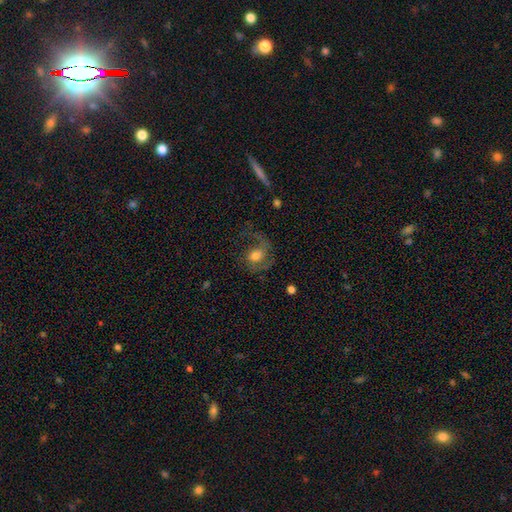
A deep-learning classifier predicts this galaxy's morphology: smooth_or_featured: featured or disk (p=0.65) [alt: smooth p=0.27]
disk_edge_on: no (p=0.97) [alt: yes p=0.03]
bar: no (p=0.61) [alt: weak p=0.32]
has_spiral_arms: yes (p=0.89) [alt: no p=0.11]
spiral_winding: medium (p=0.47) [alt: loose p=0.37]
spiral_arm_count: 2 (p=0.60) [alt: 1 p=0.30]
bulge_size: moderate (p=0.60) [alt: large p=0.18]
merging: none (p=0.48) [alt: major disturbance p=0.32]